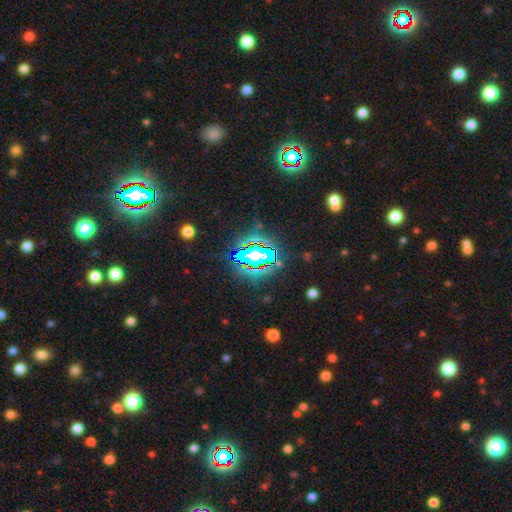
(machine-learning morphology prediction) This appears to be a star or artifact, not a galaxy (70%).